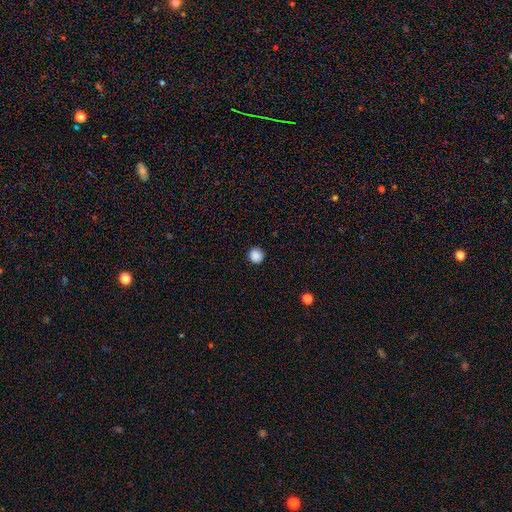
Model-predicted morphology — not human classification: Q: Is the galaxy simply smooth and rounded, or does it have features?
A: smooth — 88%.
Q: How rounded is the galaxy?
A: round — 94%.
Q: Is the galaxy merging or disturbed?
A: none — 91%.